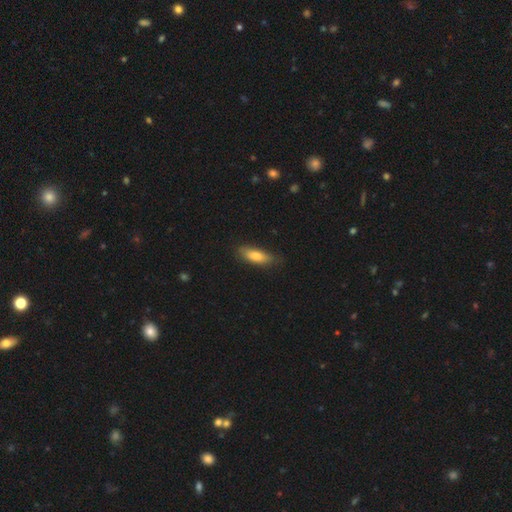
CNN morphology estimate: Overall: smooth (78%). How rounded: in between (57%; cigar-shaped 40%). Merging: none (81%).